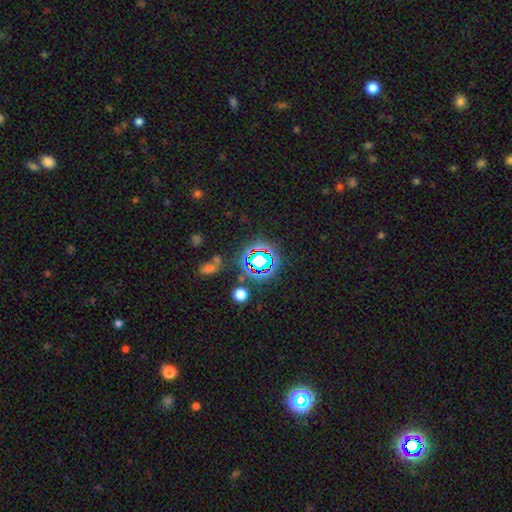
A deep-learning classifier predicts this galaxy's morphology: star or artifact 68%, smooth 21%, featured or disk 11%.